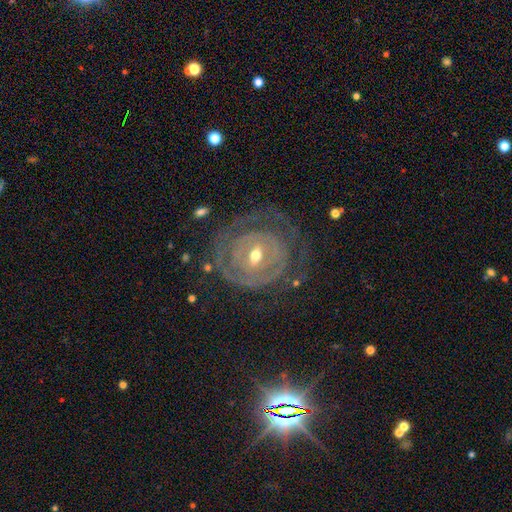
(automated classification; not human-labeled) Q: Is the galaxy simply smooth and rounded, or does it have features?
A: featured or disk — 81%.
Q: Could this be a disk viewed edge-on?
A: no — 96%.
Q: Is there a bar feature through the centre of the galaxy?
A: weak — 44%.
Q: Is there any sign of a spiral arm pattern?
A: yes — 75%.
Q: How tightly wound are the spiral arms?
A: tight — 72%.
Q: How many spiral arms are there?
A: can't tell — 45%.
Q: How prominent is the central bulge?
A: moderate — 54%.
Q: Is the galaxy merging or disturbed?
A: none — 62%.